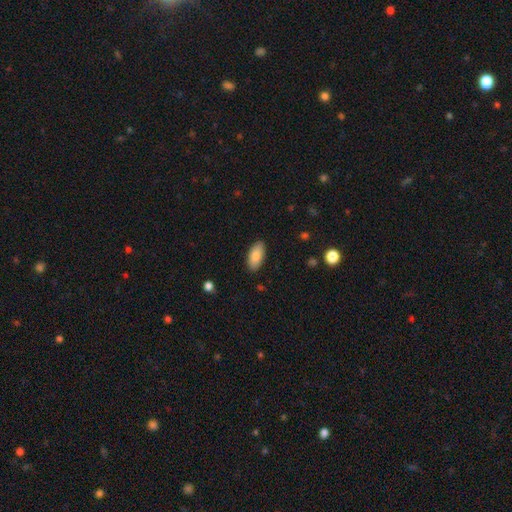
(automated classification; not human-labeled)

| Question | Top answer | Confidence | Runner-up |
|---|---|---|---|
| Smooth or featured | smooth | 86% | featured or disk (8%) |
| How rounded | in between | 91% | cigar-shaped (7%) |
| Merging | none | 88% | minor disturbance (9%) |